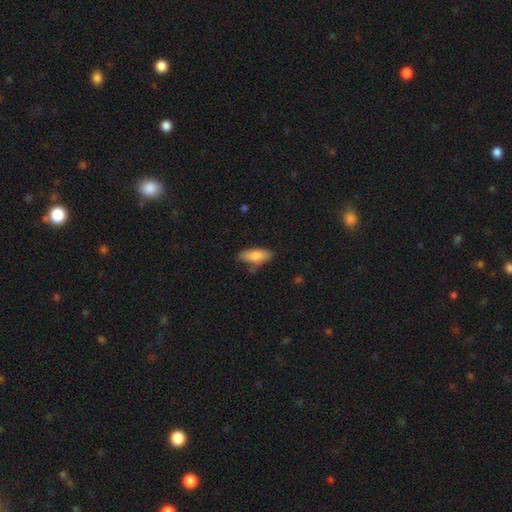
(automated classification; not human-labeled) Morphology: type=smooth (80%); roundness=in between (71%); merging=none (71%).